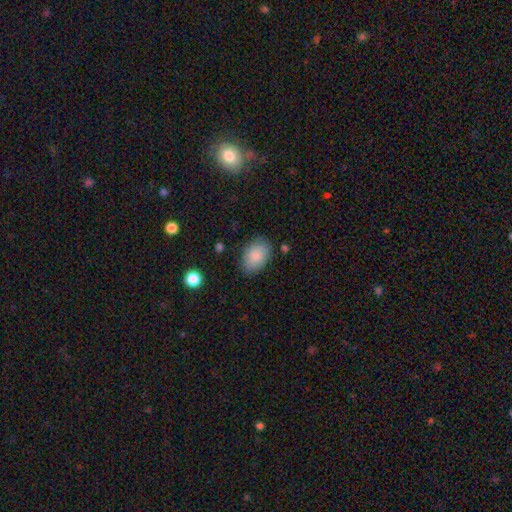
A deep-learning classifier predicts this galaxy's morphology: A smooth galaxy with no disk features (85%) that is in between round and cigar-shaped (83%).

Vote fractions:
- Smooth or featured? smooth: 85% / featured or disk: 8% / star or artifact: 7%
- How rounded? in between: 83% / round: 16% / cigar-shaped: 1%
- Merging? none: 78% / minor disturbance: 16% / major disturbance: 4% / merger: 2%